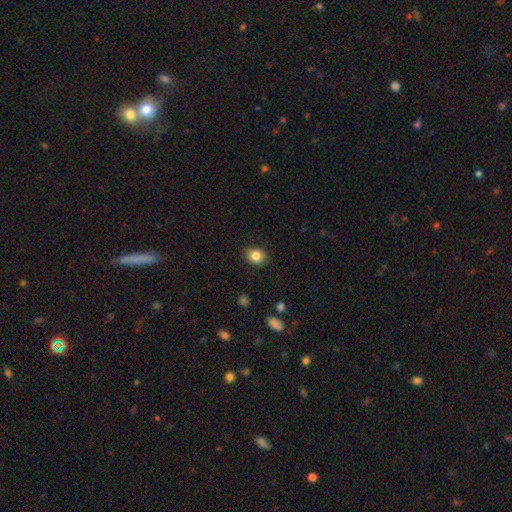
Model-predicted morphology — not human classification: type=smooth (85%); roundness=round (53%); merging=none (87%).